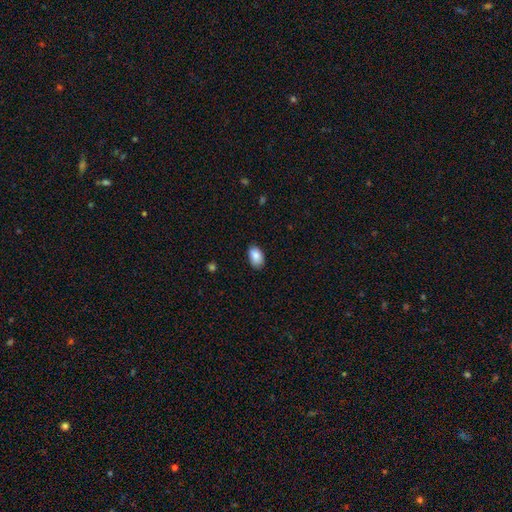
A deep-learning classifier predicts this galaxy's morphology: Smooth or featured? smooth (86%)
How rounded? in between (91%)
Merging? none (81%)